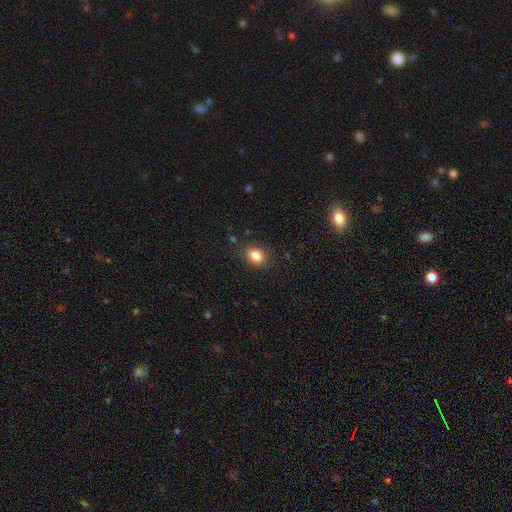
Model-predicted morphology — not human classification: This is clearly a smooth galaxy (83%). How rounded: possibly in between (50%). Merging: clearly none (85%).